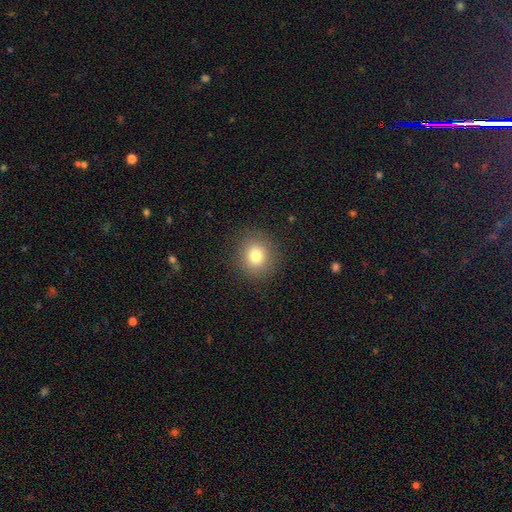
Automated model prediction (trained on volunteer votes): The model was most divided on "smooth or featured": smooth: 80%, star or artifact: 12%, featured or disk: 8%. More confident: merging — none (89%); how rounded — round (84%).